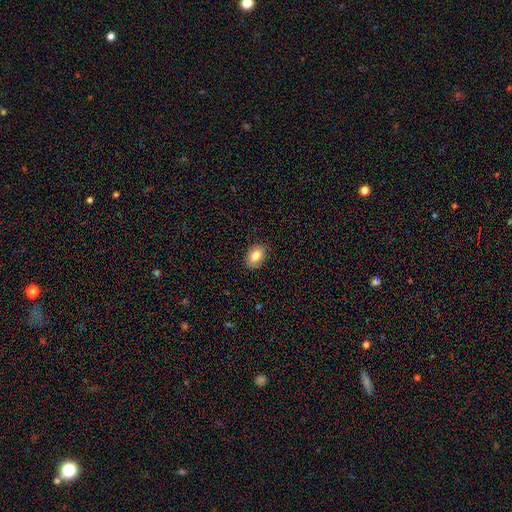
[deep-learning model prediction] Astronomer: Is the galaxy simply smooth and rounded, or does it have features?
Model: smooth — 83%.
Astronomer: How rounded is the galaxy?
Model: in between — 85%.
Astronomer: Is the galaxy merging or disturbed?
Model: none — 88%.